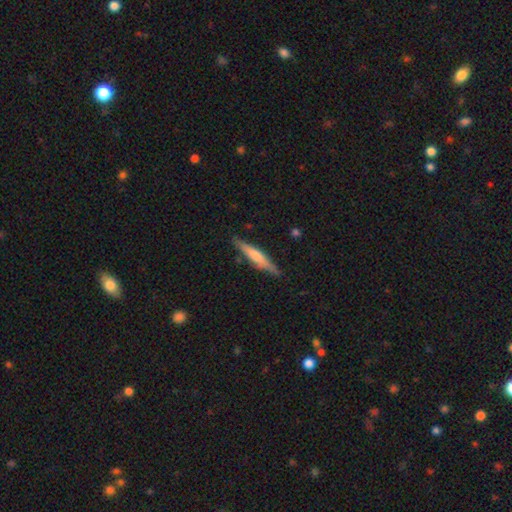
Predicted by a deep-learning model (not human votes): This appears to be a featured or disk galaxy (54%) viewed edge-on (96%) with a rounded central bulge (65%). Merging: none (88%).